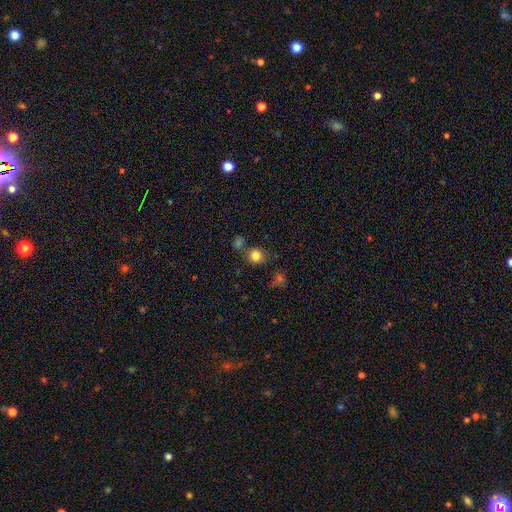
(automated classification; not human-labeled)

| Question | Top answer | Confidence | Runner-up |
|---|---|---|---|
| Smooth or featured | smooth | 81% | star or artifact (13%) |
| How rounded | round | 86% | in between (13%) |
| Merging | none | 72% | merger (12%) |